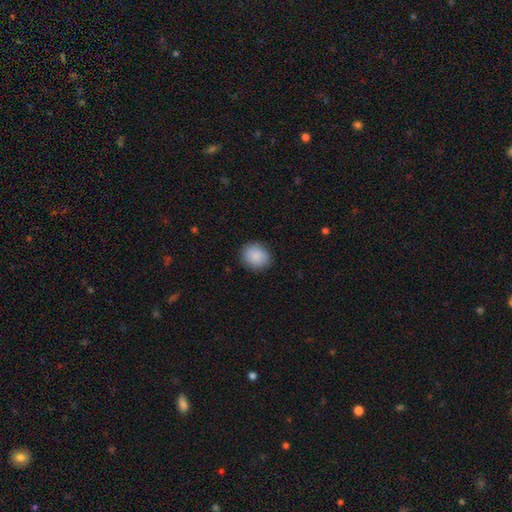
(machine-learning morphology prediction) smooth-or-featured: smooth: 89% | star or artifact: 7% | featured or disk: 4%
  how-rounded: round: 75% | in between: 24% | cigar-shaped: 1%
  merging: none: 87% | minor disturbance: 9% | major disturbance: 2% | merger: 1%